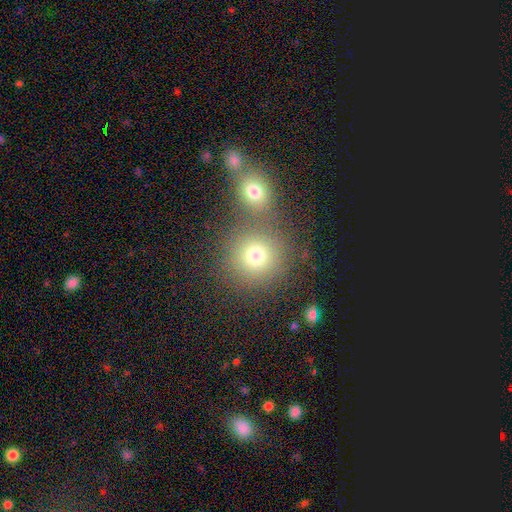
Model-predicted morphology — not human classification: The model was most divided on "merging": none: 59%, merger: 31%, minor disturbance: 7%, major disturbance: 3%. More confident: how rounded — round (89%); smooth or featured — smooth (76%).